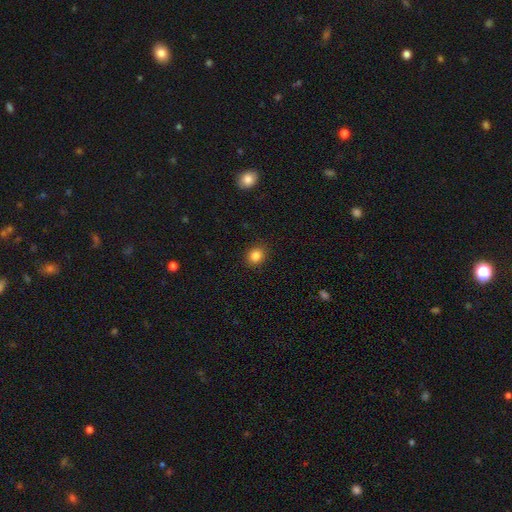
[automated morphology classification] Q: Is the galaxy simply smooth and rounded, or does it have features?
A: smooth — 85%.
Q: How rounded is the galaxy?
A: round — 78%.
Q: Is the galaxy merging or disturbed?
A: none — 89%.